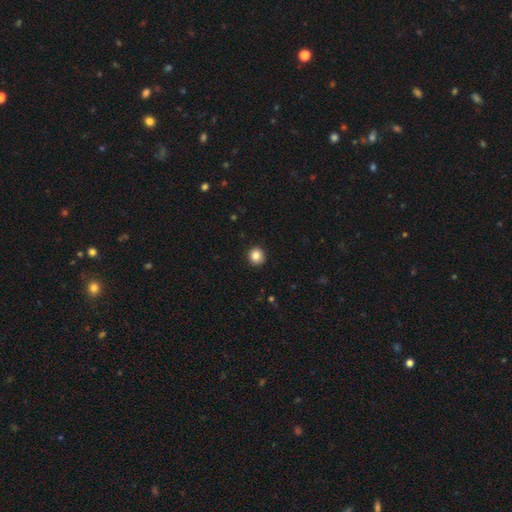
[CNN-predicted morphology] This appears to be a smooth galaxy with no disk features (85%) that is round (91%). Merging: none (92%).